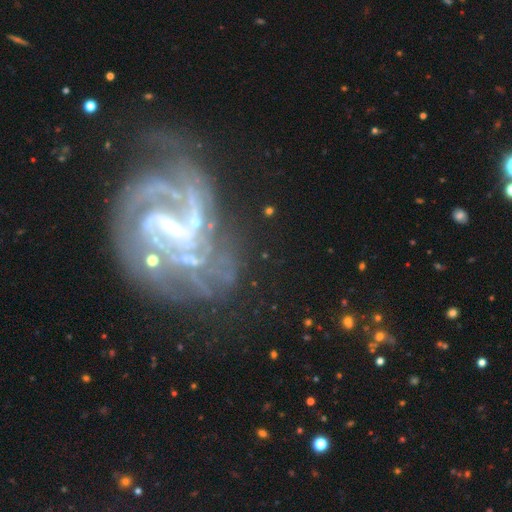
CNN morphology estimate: A featured or disk galaxy (85%) with a weak bar (41%), 2 (38%) medium (43%) spiral arms (92%) and a small central bulge (62%). Merging: none (49%).